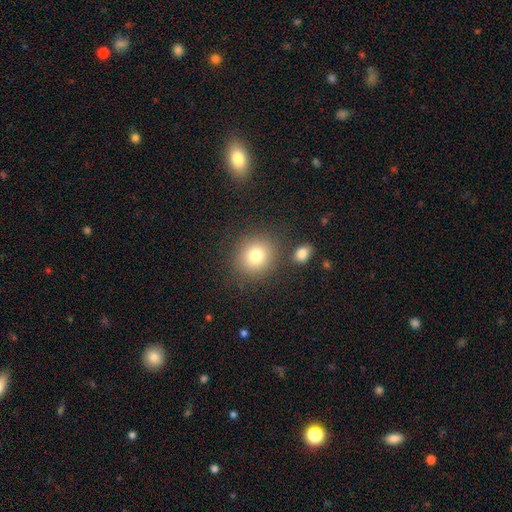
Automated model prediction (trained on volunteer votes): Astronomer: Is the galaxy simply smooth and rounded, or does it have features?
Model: smooth — 78%.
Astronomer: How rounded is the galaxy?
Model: round — 84%.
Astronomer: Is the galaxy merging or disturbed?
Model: none — 82%.